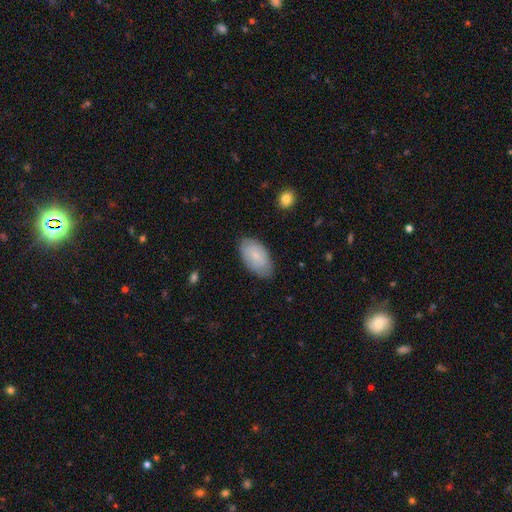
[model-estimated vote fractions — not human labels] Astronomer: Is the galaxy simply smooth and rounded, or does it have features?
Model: smooth — 76%.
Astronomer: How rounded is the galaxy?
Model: in between — 95%.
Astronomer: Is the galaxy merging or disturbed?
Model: none — 79%.